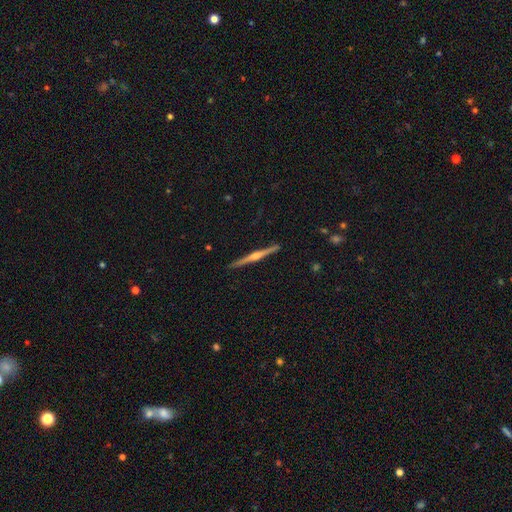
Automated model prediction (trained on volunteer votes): Smooth or featured?
  - featured or disk: 83% *
  - smooth: 12%
  - star or artifact: 5%
Edge-on disk?
  - yes: 99% *
  - no: 1%
Edge-on bulge?
  - rounded: 88% *
  - none: 6%
  - boxy: 6%
Merging?
  - none: 92% *
  - minor disturbance: 5%
  - major disturbance: 1%
  - merger: 1%